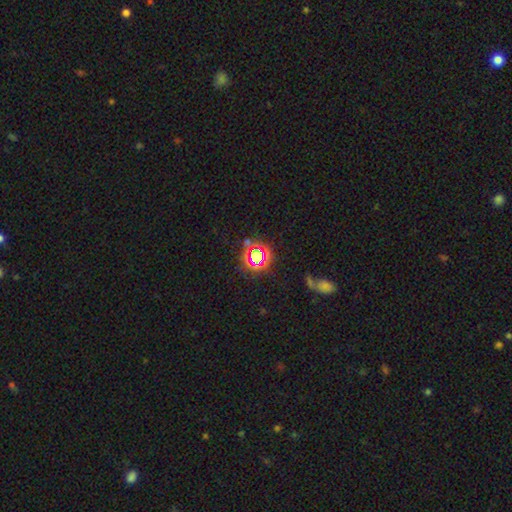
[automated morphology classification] Smooth or featured? star or artifact (65%)